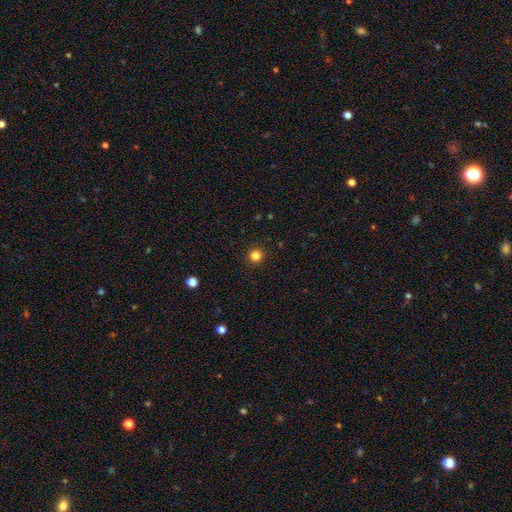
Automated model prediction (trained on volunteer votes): Morphology: type=smooth (83%); roundness=round (95%); merging=none (93%).